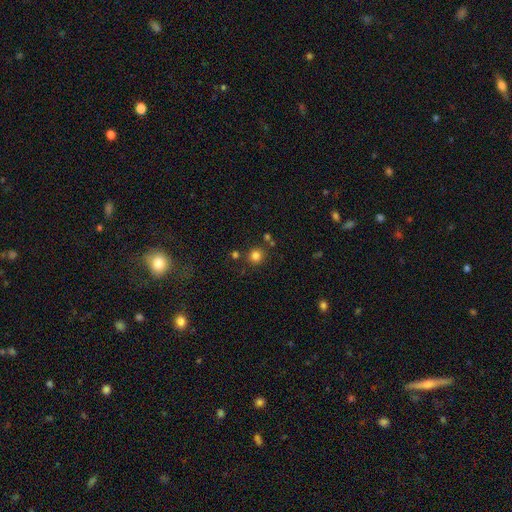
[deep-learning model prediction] Morphology: type=smooth (81%); roundness=round (92%); merging=none (81%).